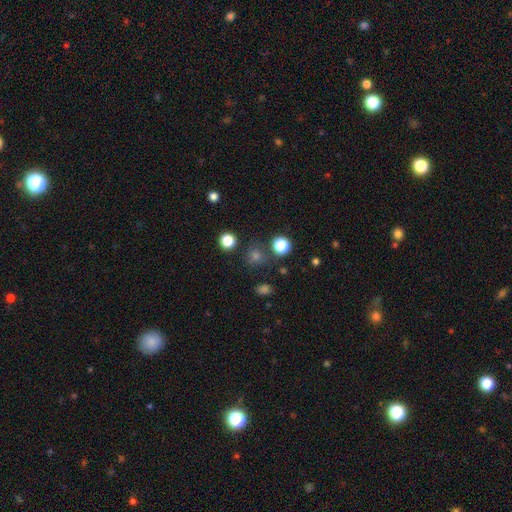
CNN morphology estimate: Smooth or featured? smooth (63%)
How rounded? round (88%)
Merging? none (80%)